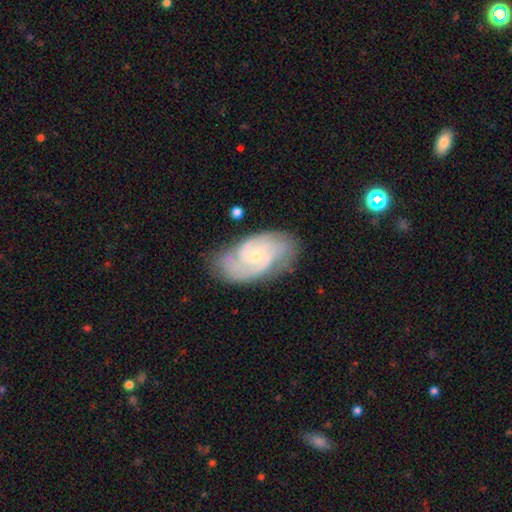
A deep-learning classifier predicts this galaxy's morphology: A featured or disk galaxy (87%) with no bar (62%), 2 (54%) tight (52%) spiral arms (97%) and a small central bulge (79%). Merging: none (72%).